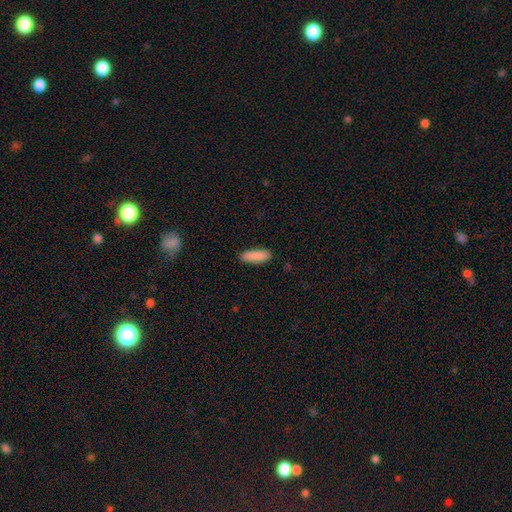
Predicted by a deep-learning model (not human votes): Smooth or featured?
  - smooth: 89% *
  - star or artifact: 6%
  - featured or disk: 4%
How rounded?
  - in between: 50% *
  - cigar-shaped: 48%
  - round: 2%
Merging?
  - none: 89% *
  - minor disturbance: 8%
  - major disturbance: 2%
  - merger: 1%